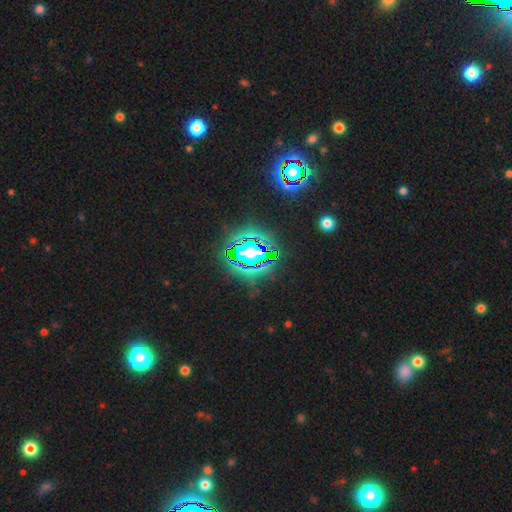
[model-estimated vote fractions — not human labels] star or artifact 69%, smooth 17%, featured or disk 14%.